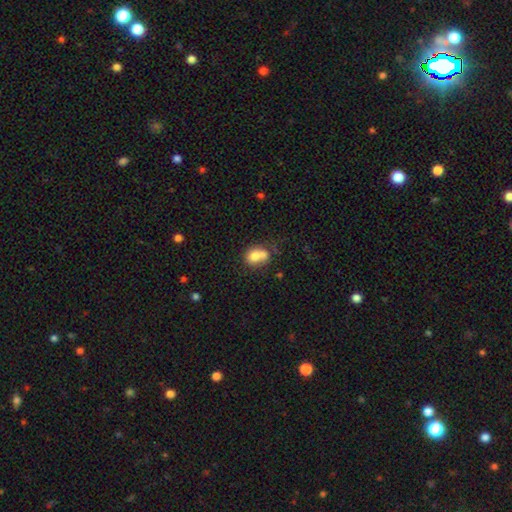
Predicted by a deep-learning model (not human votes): smooth_or_featured: smooth (p=0.74) [alt: featured or disk p=0.17]
how_rounded: round (p=0.58) [alt: in between p=0.41]
merging: merger (p=0.52) [alt: none p=0.30]